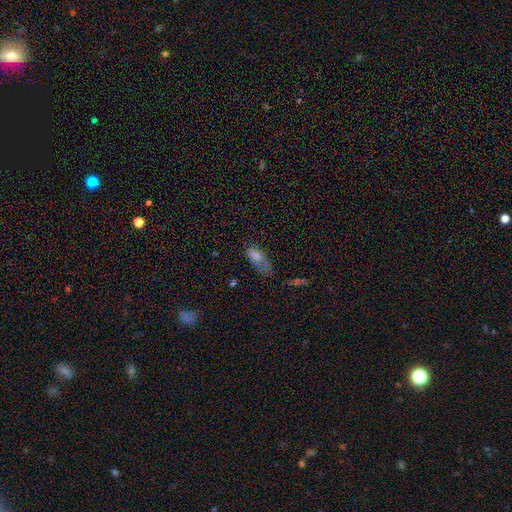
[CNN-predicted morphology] Smooth or featured? Predicted: smooth (p=0.62). How rounded? Predicted: in between (p=0.76). Merging? Predicted: none (p=0.36).